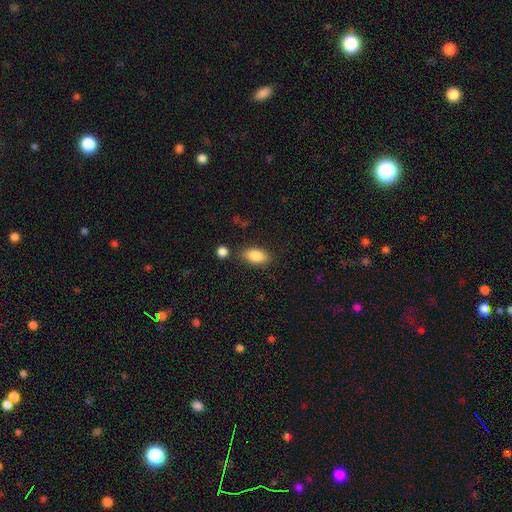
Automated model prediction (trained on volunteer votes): This is clearly a smooth galaxy (85%). How rounded: clearly in between (89%). Merging: likely none (79%).